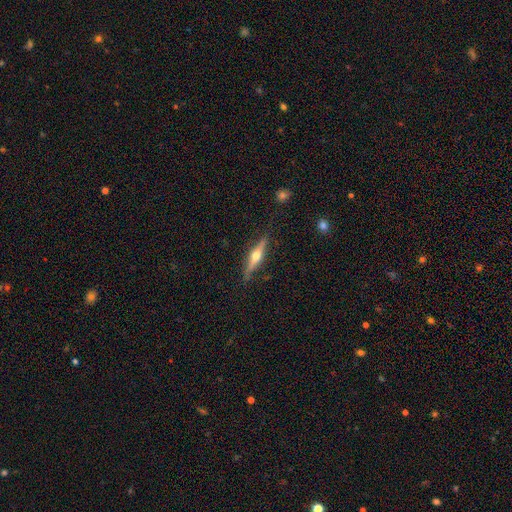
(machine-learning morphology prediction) Smooth or featured?
  - featured or disk: 68% *
  - smooth: 26%
  - star or artifact: 6%
Edge-on disk?
  - yes: 96% *
  - no: 4%
Edge-on bulge?
  - rounded: 95% *
  - none: 3%
  - boxy: 3%
Merging?
  - none: 84% *
  - minor disturbance: 12%
  - major disturbance: 2%
  - merger: 1%